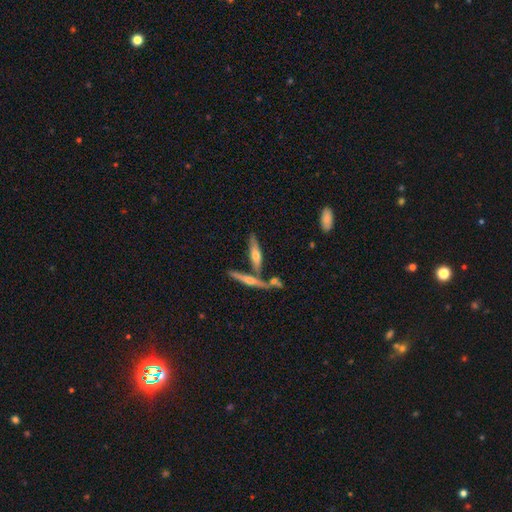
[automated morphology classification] A featured or disk galaxy (57%) viewed edge-on (91%) with a rounded central bulge (88%). Merging: none (60%).